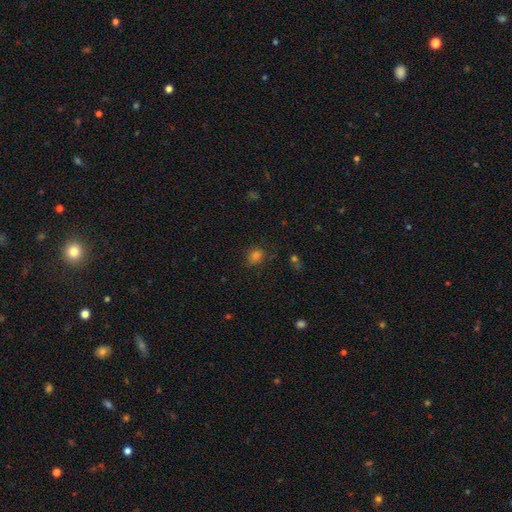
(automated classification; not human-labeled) Smooth or featured: smooth — 71% (star or artifact — 22%)
How rounded: round — 68% (in between — 31%)
Merging: none — 81% (minor disturbance — 13%)